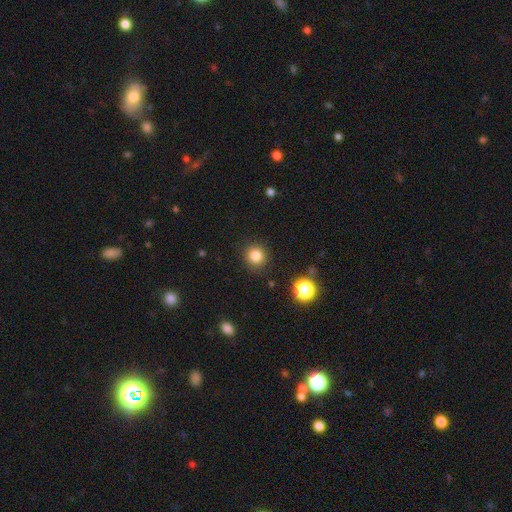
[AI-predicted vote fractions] Overall: smooth (83%). How rounded: round (92%). Merging: none (90%).